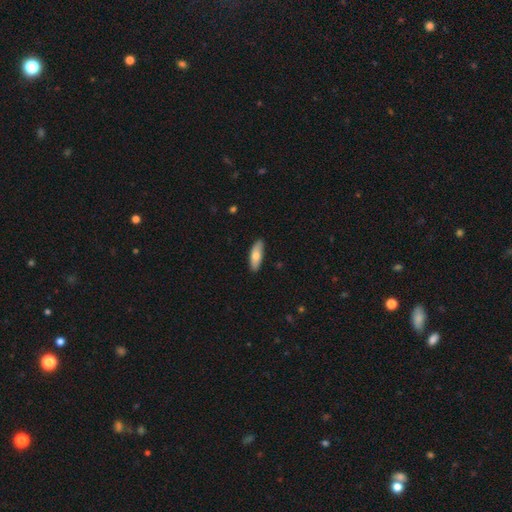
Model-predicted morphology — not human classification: This appears to be a smooth galaxy with no disk features (73%) that is in between round and cigar-shaped (62%). Merging: none (88%).